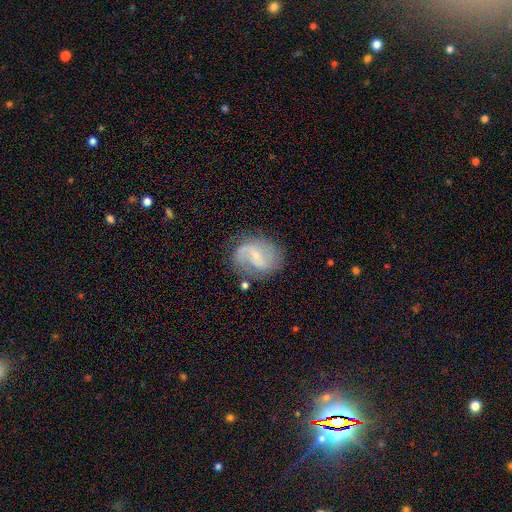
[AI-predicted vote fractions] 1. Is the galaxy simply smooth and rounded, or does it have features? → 77% featured or disk, 17% smooth, 7% star or artifact.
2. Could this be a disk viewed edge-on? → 98% no, 2% yes.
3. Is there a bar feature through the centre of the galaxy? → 49% weak, 38% no, 12% strong.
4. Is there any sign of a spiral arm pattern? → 91% yes, 9% no.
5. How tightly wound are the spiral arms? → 43% medium, 40% loose, 17% tight.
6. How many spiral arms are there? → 70% 2, 12% can't tell, 10% 1, 4% 3, 2% 4, 2% more than 4.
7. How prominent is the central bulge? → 73% small, 19% moderate, 6% none, 1% large, 1% dominant.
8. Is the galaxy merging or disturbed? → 66% none, 20% minor disturbance, 11% major disturbance, 3% merger.